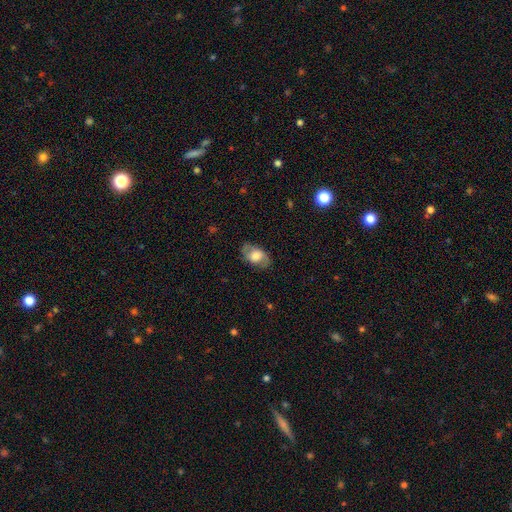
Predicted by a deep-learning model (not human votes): smooth 56%, featured or disk 36%, star or artifact 8%. Down the decision tree: how rounded — in between (89%); merging — none (77%).